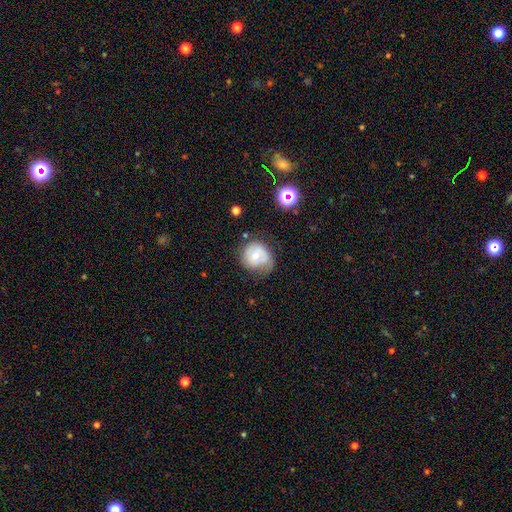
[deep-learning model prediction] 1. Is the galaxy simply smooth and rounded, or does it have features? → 53% smooth, 37% featured or disk, 10% star or artifact.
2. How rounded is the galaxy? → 76% round, 23% in between, 1% cigar-shaped.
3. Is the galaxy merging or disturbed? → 43% none, 34% minor disturbance, 19% major disturbance, 4% merger.